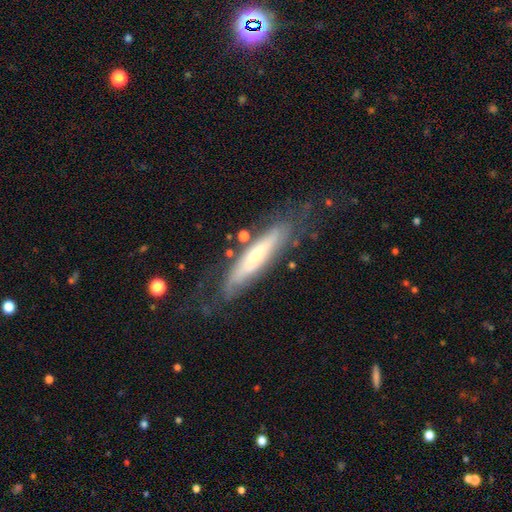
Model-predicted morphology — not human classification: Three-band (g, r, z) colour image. It shows a featured or disk galaxy (64%) viewed edge-on (58%). Merging: none (68%).